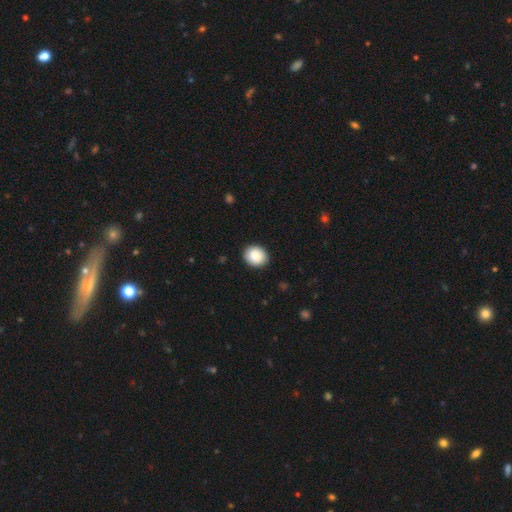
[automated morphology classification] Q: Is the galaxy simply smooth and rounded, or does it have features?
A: smooth — 84%.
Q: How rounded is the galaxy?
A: round — 66%.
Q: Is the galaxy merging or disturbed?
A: none — 90%.